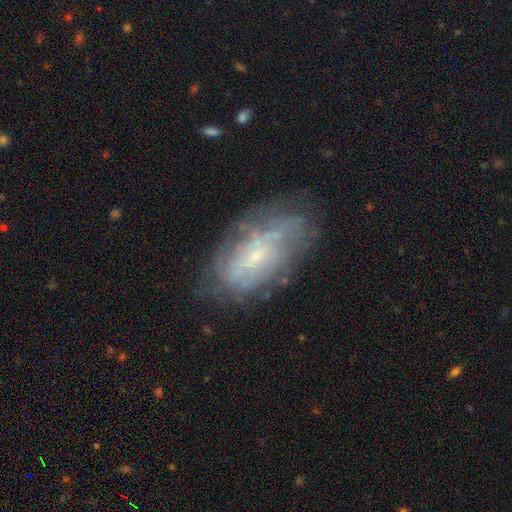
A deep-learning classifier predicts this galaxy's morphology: Smooth or featured?
  - featured or disk: 60% *
  - smooth: 31%
  - star or artifact: 9%
Edge-on disk?
  - no: 92% *
  - yes: 8%
Bar?
  - no: 62% *
  - weak: 31%
  - strong: 6%
Spiral arms?
  - yes: 54% *
  - no: 46%
Bulge size?
  - small: 67% *
  - moderate: 20%
  - none: 9%
  - large: 2%
  - dominant: 1%
Merging?
  - none: 63% *
  - minor disturbance: 23%
  - major disturbance: 11%
  - merger: 3%